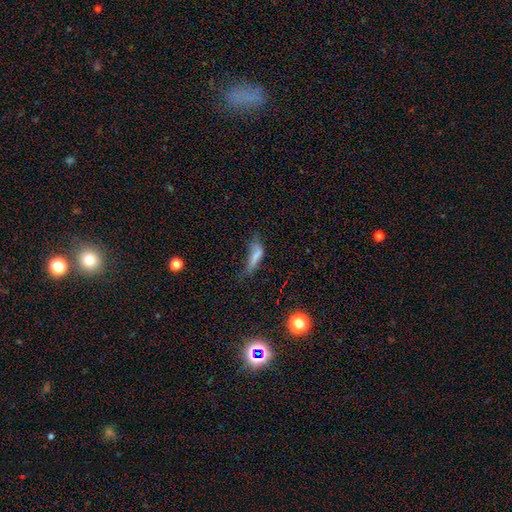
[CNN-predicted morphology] smooth-or-featured: smooth: 62% | featured or disk: 24% | star or artifact: 14%
  how-rounded: cigar-shaped: 57% | in between: 39% | round: 3%
  merging: major disturbance: 39% | minor disturbance: 28% | none: 26% | merger: 8%